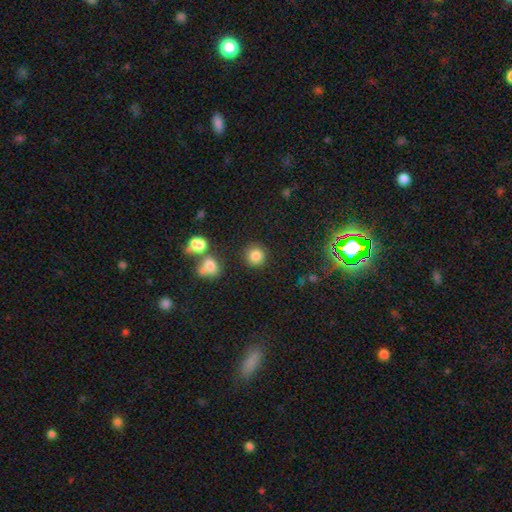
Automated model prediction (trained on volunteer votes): Q: Smooth or featured?
A: smooth (84%); runner-up: star or artifact (11%)
Q: How rounded?
A: round (90%); runner-up: in between (9%)
Q: Merging?
A: none (84%); runner-up: minor disturbance (8%)